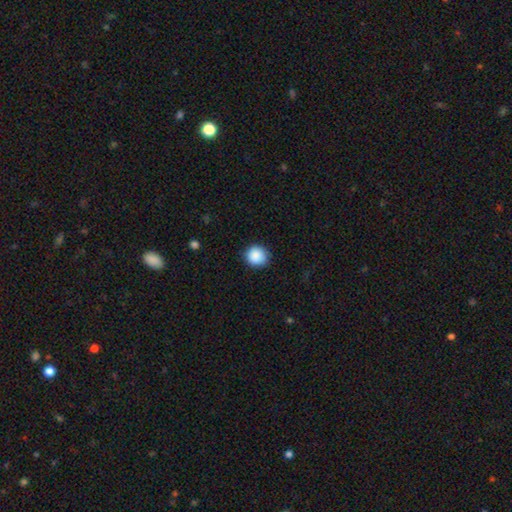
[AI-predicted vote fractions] Overall: smooth (89%). How rounded: round (91%). Merging: none (87%).